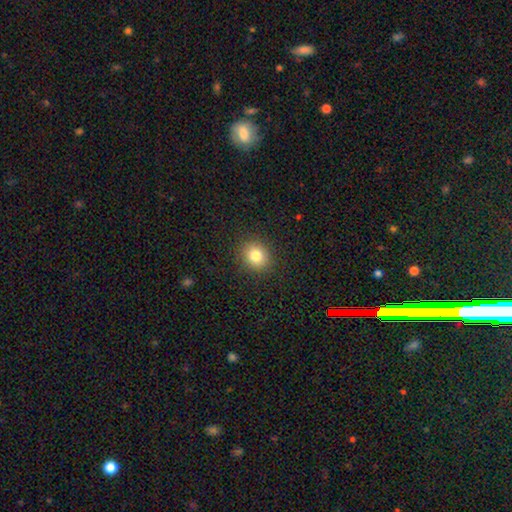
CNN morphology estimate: type=smooth (81%); roundness=round (76%); merging=none (89%).